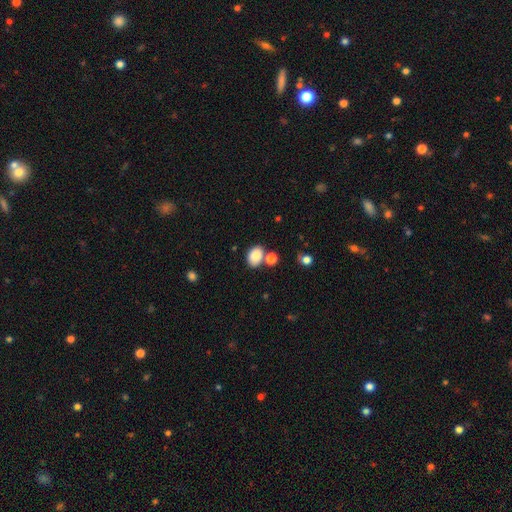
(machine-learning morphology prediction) smooth 85%, star or artifact 9%, featured or disk 6%. Down the decision tree: how rounded — in between (73%); merging — none (63%).